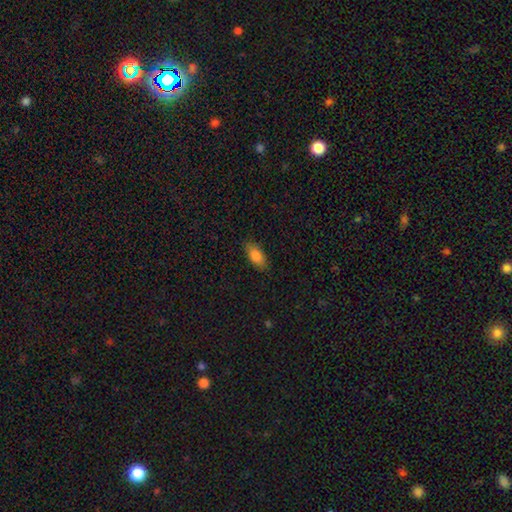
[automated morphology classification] A smooth galaxy with no disk features (84%) that is in between round and cigar-shaped (87%). Merging: none (85%).